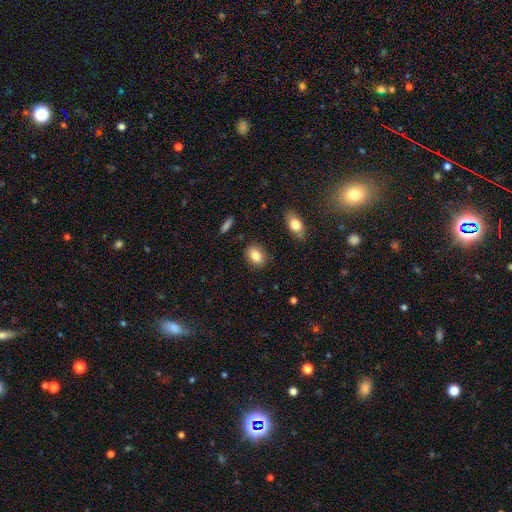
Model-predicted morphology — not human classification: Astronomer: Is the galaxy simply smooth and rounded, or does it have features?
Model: smooth — 84%.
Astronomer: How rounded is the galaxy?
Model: in between — 74%.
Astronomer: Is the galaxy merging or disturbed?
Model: none — 86%.